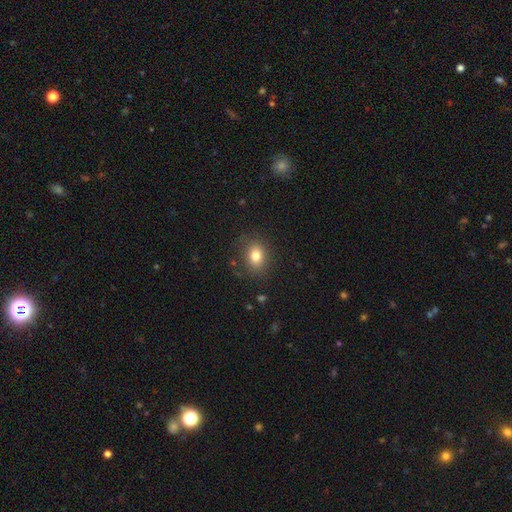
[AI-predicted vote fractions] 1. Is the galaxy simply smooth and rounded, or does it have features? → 80% smooth, 11% star or artifact, 9% featured or disk.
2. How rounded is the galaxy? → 58% in between, 41% round, 1% cigar-shaped.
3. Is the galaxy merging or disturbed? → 84% none, 11% minor disturbance, 4% major disturbance, 1% merger.